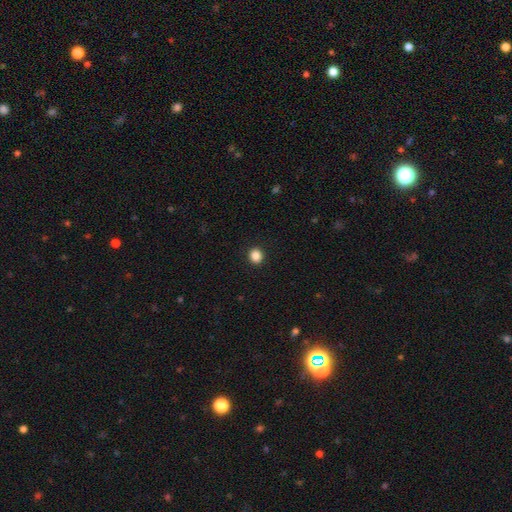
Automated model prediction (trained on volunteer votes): Smooth or featured?
  - smooth: 87% *
  - star or artifact: 10%
  - featured or disk: 3%
How rounded?
  - round: 82% *
  - in between: 17%
  - cigar-shaped: 1%
Merging?
  - none: 93% *
  - minor disturbance: 5%
  - major disturbance: 2%
  - merger: 1%